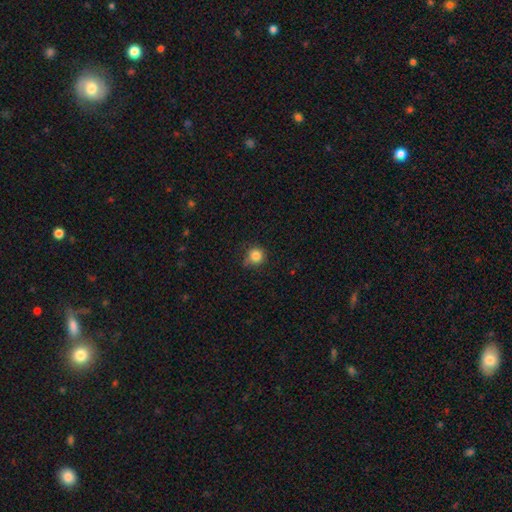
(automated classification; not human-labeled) Smooth or featured: smooth — 84% (star or artifact — 11%)
How rounded: round — 92% (in between — 7%)
Merging: none — 71% (minor disturbance — 22%)